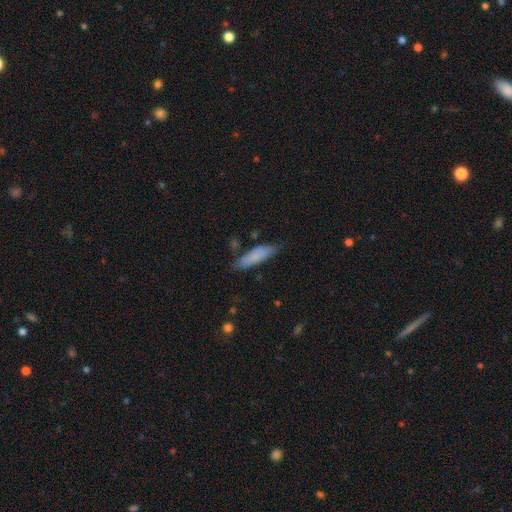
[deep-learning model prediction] This appears to be a smooth galaxy with no disk features (77%) that is cigar-shaped (64%). Merging: none (68%).